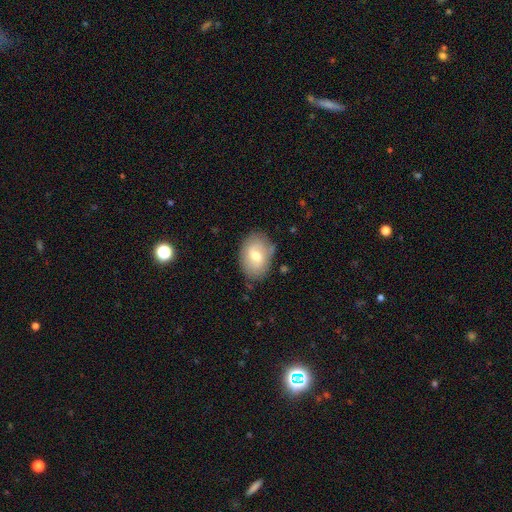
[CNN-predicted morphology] Smooth or featured: smooth — 60% (featured or disk — 32%)
How rounded: in between — 78% (round — 21%)
Merging: none — 74% (minor disturbance — 19%)